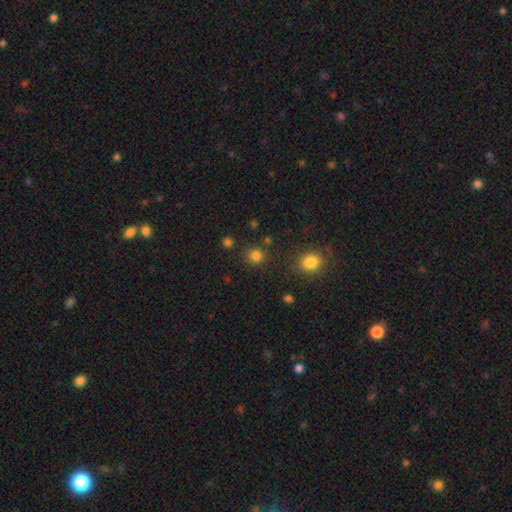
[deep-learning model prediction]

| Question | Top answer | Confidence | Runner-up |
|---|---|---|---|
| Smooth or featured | smooth | 80% | star or artifact (15%) |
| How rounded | round | 89% | in between (10%) |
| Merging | none | 84% | minor disturbance (8%) |